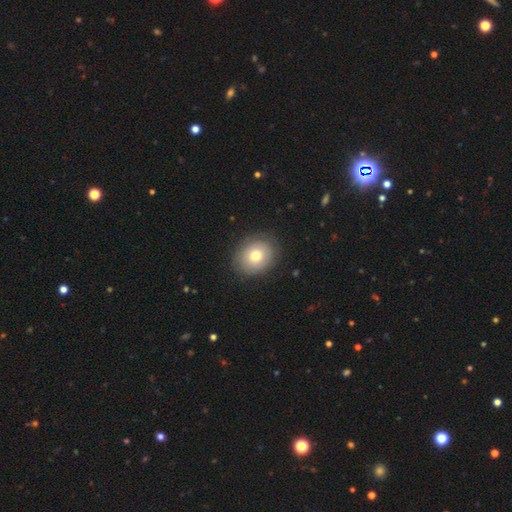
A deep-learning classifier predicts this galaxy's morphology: This appears to be a smooth galaxy with no disk features (70%) that is round (67%). Merging: none (85%).